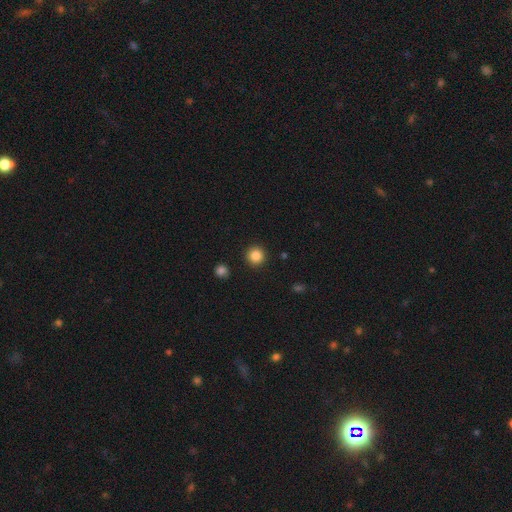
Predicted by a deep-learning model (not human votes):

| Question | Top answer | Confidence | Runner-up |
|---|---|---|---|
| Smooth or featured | smooth | 86% | star or artifact (10%) |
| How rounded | round | 95% | in between (4%) |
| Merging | none | 92% | minor disturbance (5%) |